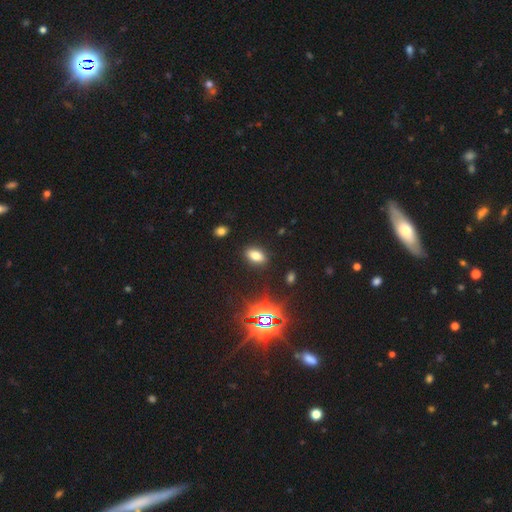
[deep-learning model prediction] Smooth or featured? Predicted: smooth (p=0.70). How rounded? Predicted: in between (p=0.87). Merging? Predicted: none (p=0.88).